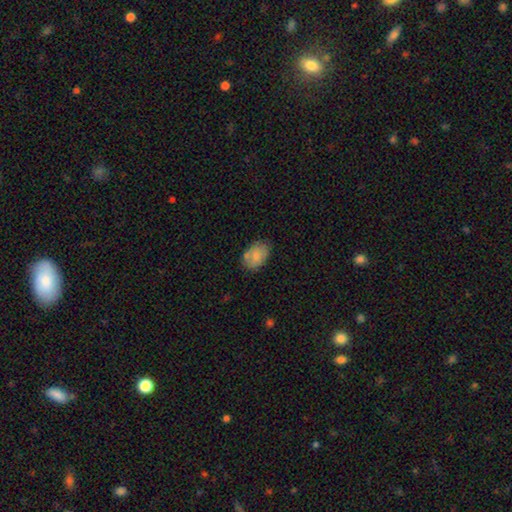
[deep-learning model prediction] This appears to be a smooth galaxy with no disk features (78%) that is in between round and cigar-shaped (85%). Merging: none (68%).